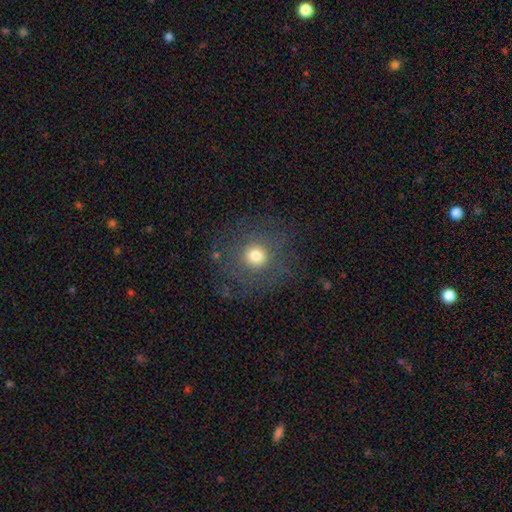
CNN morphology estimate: Smooth or featured? Predicted: smooth (p=0.70). How rounded? Predicted: round (p=0.92). Merging? Predicted: none (p=0.81).